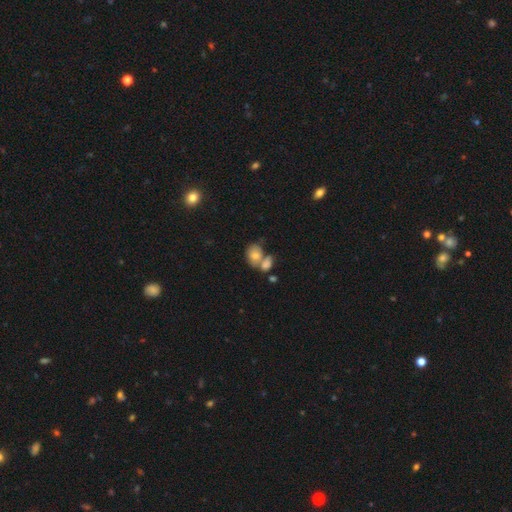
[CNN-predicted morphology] The model was most divided on "how rounded": in between: 60%, round: 38%, cigar-shaped: 1%. More confident: smooth or featured — smooth (75%); merging — merger (54%).